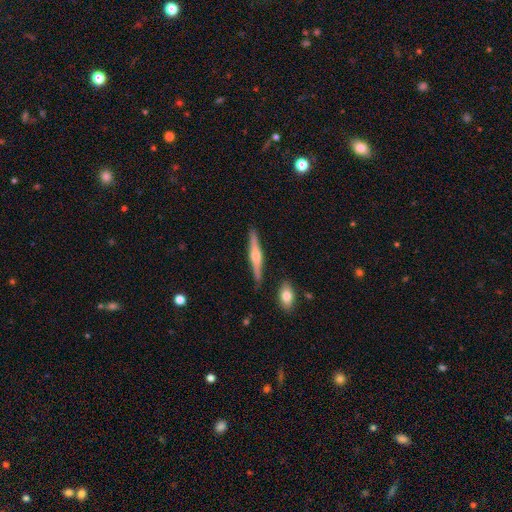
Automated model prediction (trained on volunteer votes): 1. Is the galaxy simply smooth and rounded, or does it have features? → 67% featured or disk, 27% smooth, 6% star or artifact.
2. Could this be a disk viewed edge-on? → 98% yes, 2% no.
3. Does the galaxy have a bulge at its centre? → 85% rounded, 10% boxy, 5% none.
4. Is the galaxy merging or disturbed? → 87% none, 9% minor disturbance, 3% merger, 2% major disturbance.